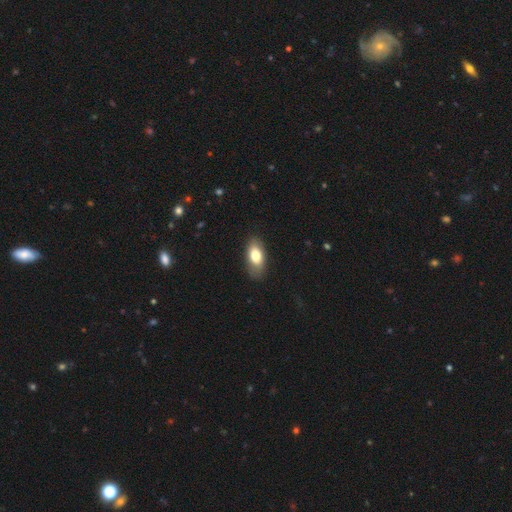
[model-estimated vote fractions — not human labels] This appears to be a smooth galaxy with no disk features (76%) that is in between round and cigar-shaped (90%). Merging: none (83%).